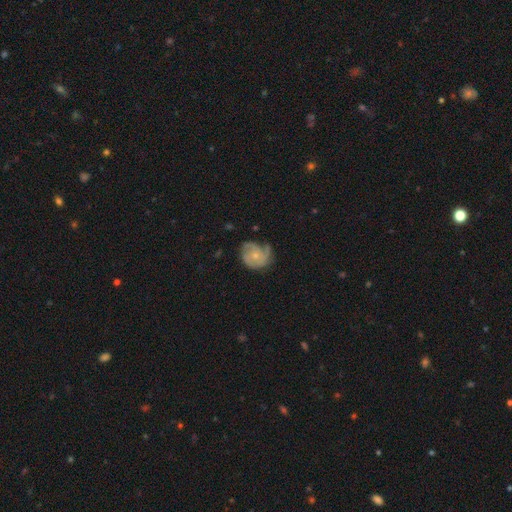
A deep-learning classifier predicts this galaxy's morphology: This is likely a featured or disk galaxy (72%). It is clearly not viewed edge-on (98%). Bar: clearly no (81%). Spiral arm pattern: clearly yes (91%). Spiral arm count: marginally 3 (41%). Spiral winding: possibly tight (46%). Central bulge: likely small (68%). Merging: possibly none (54%).